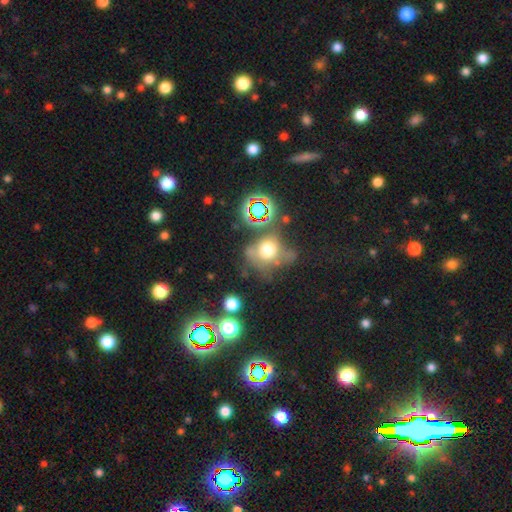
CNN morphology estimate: Overall: smooth (48%; star or artifact 30%). Merging: none (46%; minor disturbance 21%).